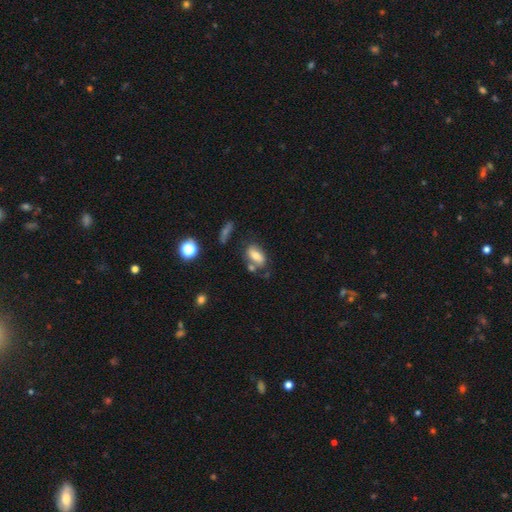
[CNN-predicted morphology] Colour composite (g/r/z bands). It shows a smooth galaxy with no disk features (66%) that is in between round and cigar-shaped (85%). Merging: none (55%).